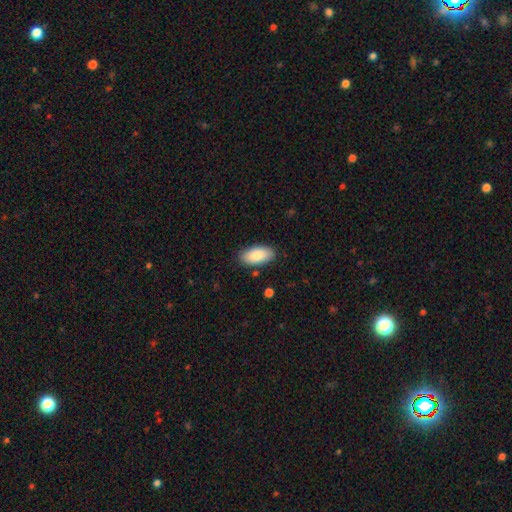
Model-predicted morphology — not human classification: Smooth or featured: smooth — 86% (featured or disk — 8%)
How rounded: in between — 92% (cigar-shaped — 6%)
Merging: none — 86% (minor disturbance — 10%)